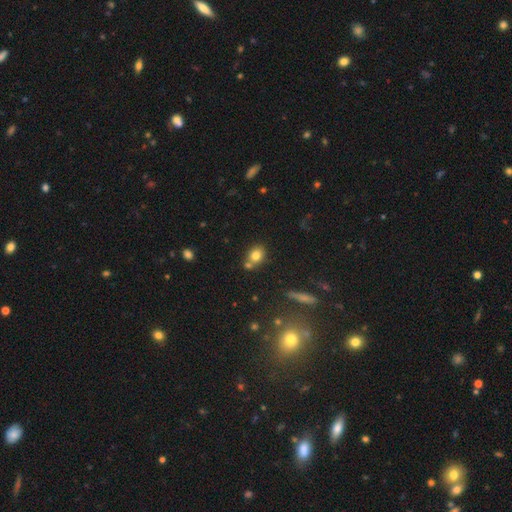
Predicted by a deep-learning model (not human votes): This appears to be a smooth galaxy with no disk features (77%) that is round (52%). Merging: none (61%).